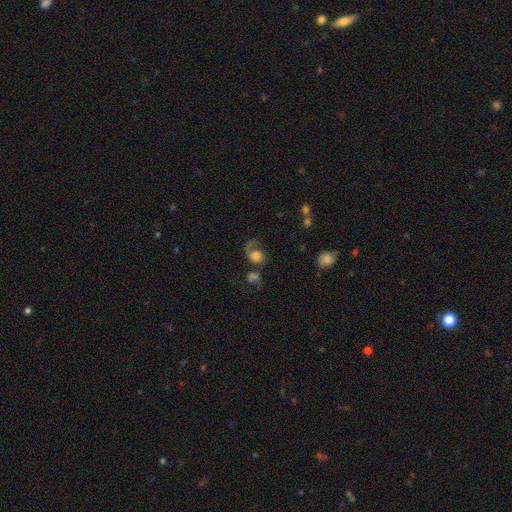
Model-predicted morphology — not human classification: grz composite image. It shows a featured or disk galaxy (48%). Merging: major disturbance (34%).